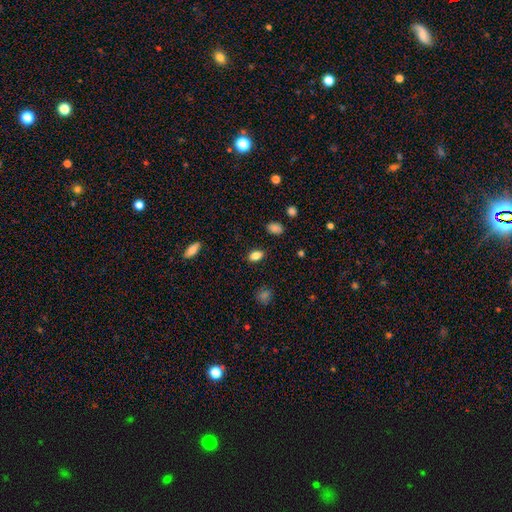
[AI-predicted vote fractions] smooth-or-featured: smooth: 84% | star or artifact: 9% | featured or disk: 7%
  how-rounded: in between: 86% | round: 11% | cigar-shaped: 3%
  merging: none: 88% | minor disturbance: 9% | major disturbance: 2% | merger: 1%